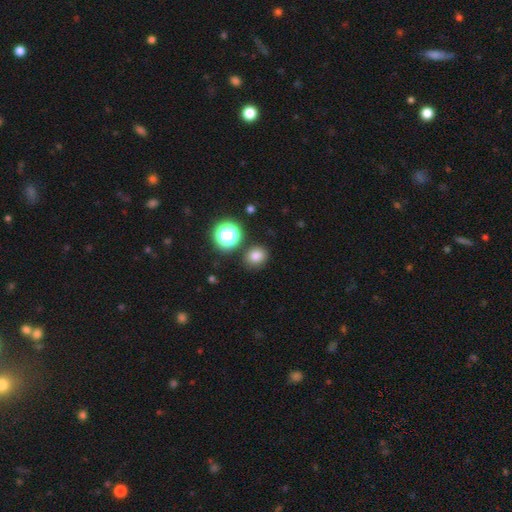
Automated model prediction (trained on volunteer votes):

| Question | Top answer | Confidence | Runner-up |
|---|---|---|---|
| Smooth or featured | smooth | 79% | star or artifact (16%) |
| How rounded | round | 68% | in between (31%) |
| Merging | none | 84% | minor disturbance (9%) |